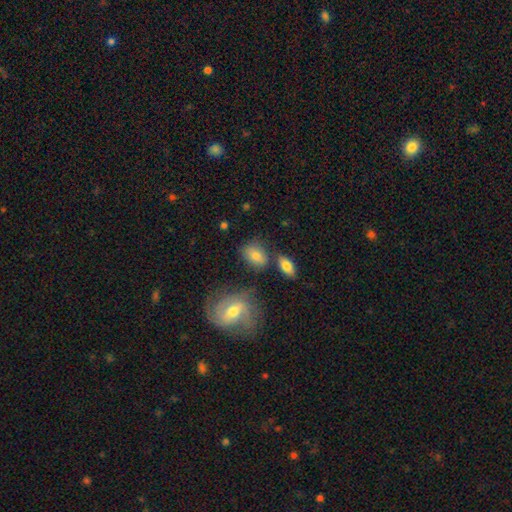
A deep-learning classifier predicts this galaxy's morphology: Smooth or featured?
  - smooth: 75% *
  - featured or disk: 16%
  - star or artifact: 8%
How rounded?
  - in between: 77% *
  - round: 22%
  - cigar-shaped: 2%
Merging?
  - none: 63% *
  - minor disturbance: 18%
  - merger: 12%
  - major disturbance: 7%